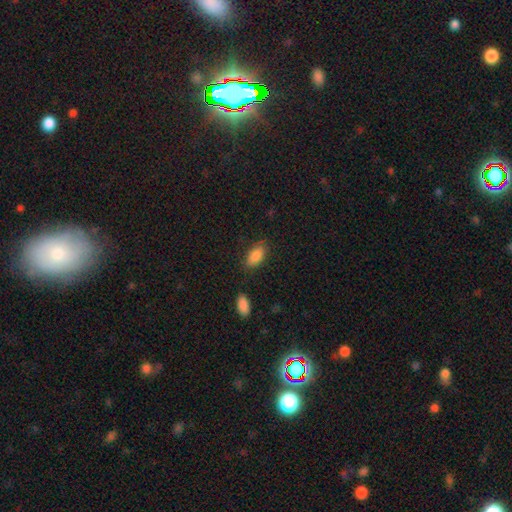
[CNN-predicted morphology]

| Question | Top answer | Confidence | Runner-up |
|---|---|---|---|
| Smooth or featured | smooth | 85% | star or artifact (8%) |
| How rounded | in between | 88% | cigar-shaped (9%) |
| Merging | none | 78% | minor disturbance (15%) |